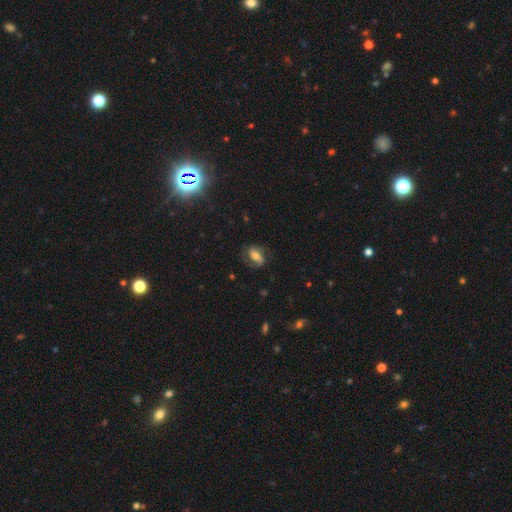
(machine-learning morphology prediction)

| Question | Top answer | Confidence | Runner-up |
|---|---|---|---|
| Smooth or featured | featured or disk | 52% | smooth (39%) |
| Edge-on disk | no | 93% | yes (7%) |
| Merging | none | 69% | minor disturbance (18%) |